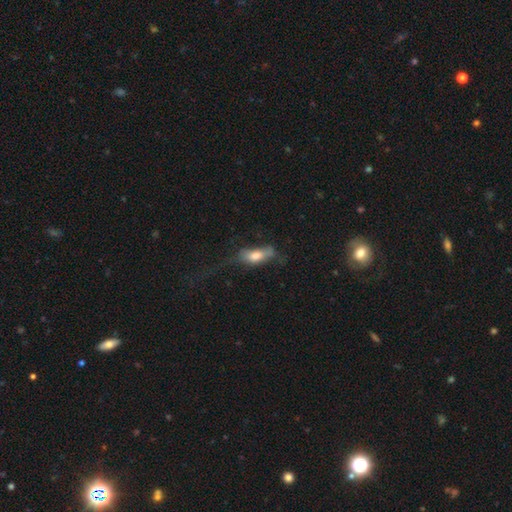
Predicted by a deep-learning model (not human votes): smooth_or_featured: smooth (p=0.66) [alt: featured or disk p=0.25]
how_rounded: in between (p=0.69) [alt: cigar-shaped p=0.27]
merging: major disturbance (p=0.37) [alt: none p=0.33]